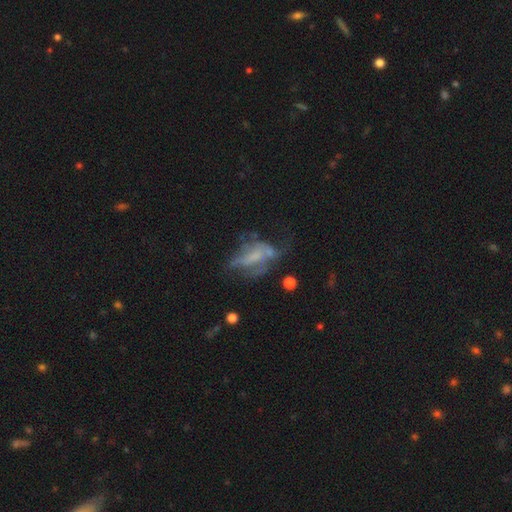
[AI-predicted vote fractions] Smooth or featured? featured or disk (56%)
Edge-on disk? no (91%)
Bar? no (71%)
Spiral arms? no (72%)
Bulge size? none (55%)
Merging? major disturbance (39%)